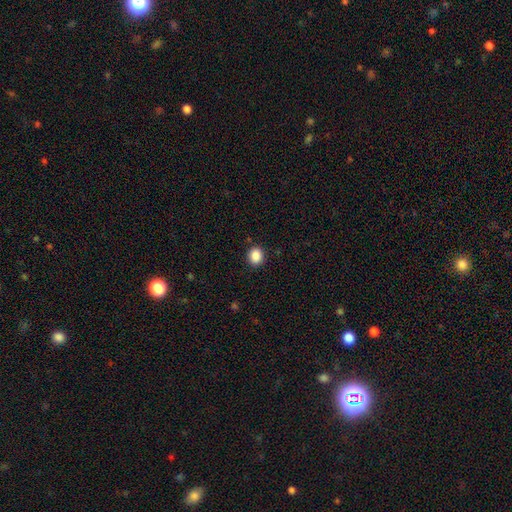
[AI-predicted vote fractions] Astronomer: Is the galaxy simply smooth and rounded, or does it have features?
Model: smooth — 88%.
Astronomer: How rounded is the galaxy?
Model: round — 65%.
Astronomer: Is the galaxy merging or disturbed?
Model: none — 90%.